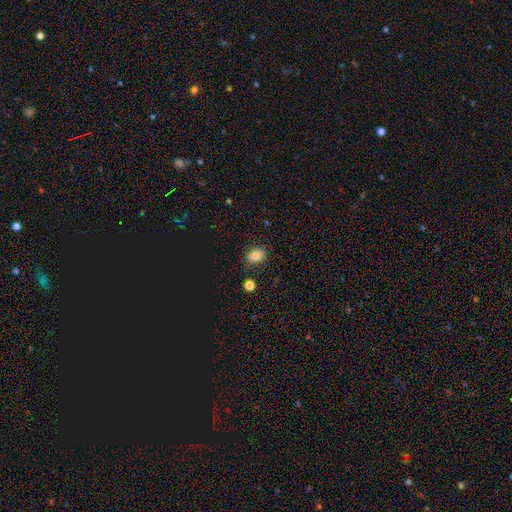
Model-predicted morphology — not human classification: A smooth galaxy with no disk features (80%) that is in between round and cigar-shaped (59%).

Vote fractions:
- Smooth or featured? smooth: 80% / star or artifact: 13% / featured or disk: 7%
- How rounded? in between: 59% / round: 40% / cigar-shaped: 1%
- Merging? none: 83% / minor disturbance: 11% / merger: 3% / major disturbance: 3%